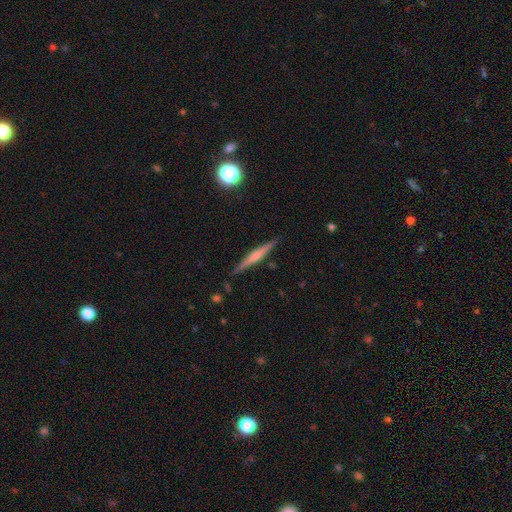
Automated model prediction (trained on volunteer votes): Smooth or featured: featured or disk — 60% (smooth — 34%)
Edge-on disk: yes — 98% (no — 2%)
Edge-on bulge: rounded — 55% (none — 26%)
Merging: none — 88% (minor disturbance — 9%)